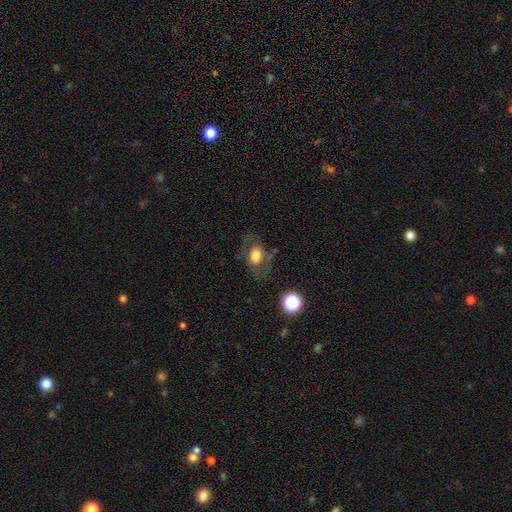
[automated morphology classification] Smooth or featured? smooth (59%)
How rounded? in between (69%)
Merging? none (64%)